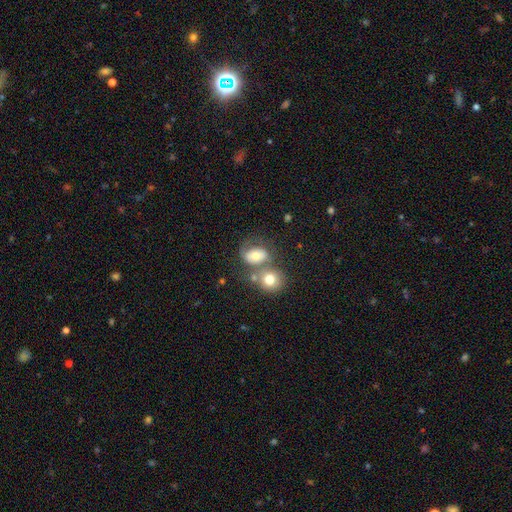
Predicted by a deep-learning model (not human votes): This appears to be a smooth galaxy with no disk features (55%) that is in between round and cigar-shaped (58%). Merging: merger (42%).